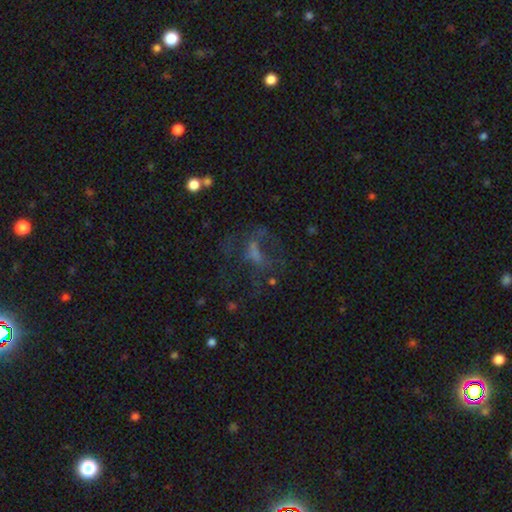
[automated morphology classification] The model was most divided on "merging": major disturbance: 41%, none: 39%, minor disturbance: 14%, merger: 6%. Remaining: smooth or featured — featured or disk (46%).